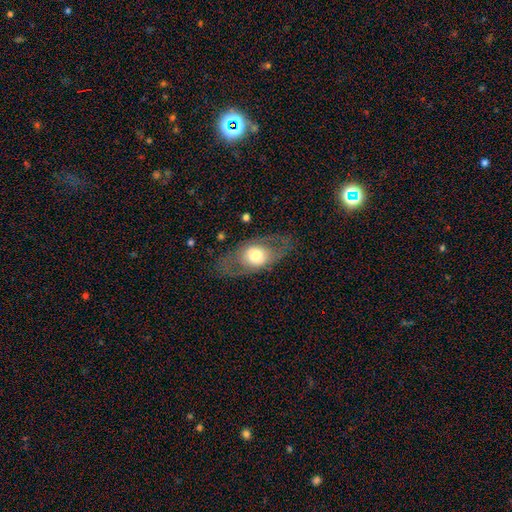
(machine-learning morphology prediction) smooth_or_featured: featured or disk (p=0.48) [alt: smooth p=0.45]
merging: none (p=0.76) [alt: minor disturbance p=0.13]